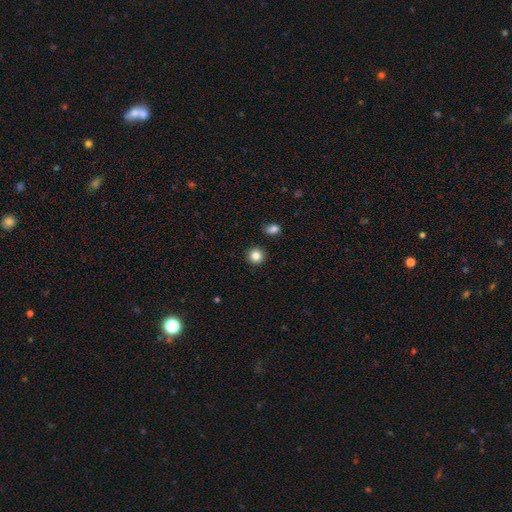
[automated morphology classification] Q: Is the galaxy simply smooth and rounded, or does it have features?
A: smooth — 85%.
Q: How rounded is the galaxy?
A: round — 93%.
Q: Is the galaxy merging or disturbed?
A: none — 91%.